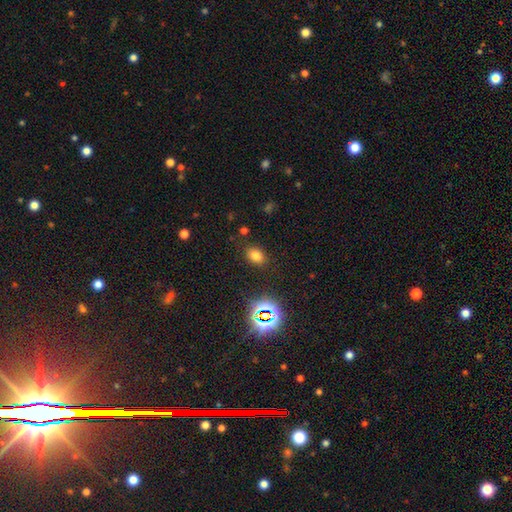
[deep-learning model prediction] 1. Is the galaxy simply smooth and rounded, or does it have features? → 72% smooth, 20% star or artifact, 7% featured or disk.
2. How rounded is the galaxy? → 72% in between, 27% round, 1% cigar-shaped.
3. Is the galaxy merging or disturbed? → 85% none, 10% minor disturbance, 3% major disturbance, 2% merger.